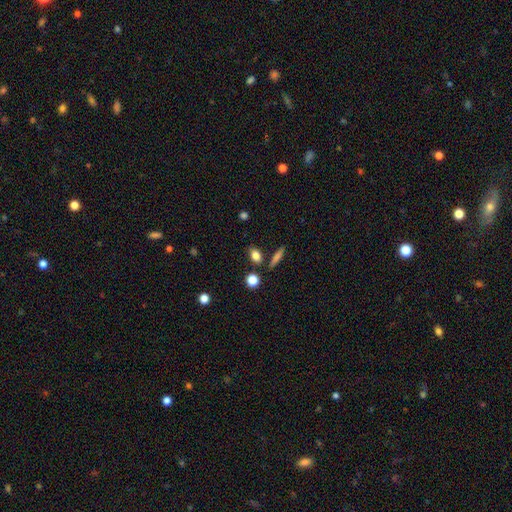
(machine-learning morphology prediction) Q: Smooth or featured?
A: smooth (82%); runner-up: star or artifact (10%)
Q: How rounded?
A: in between (65%); runner-up: round (26%)
Q: Merging?
A: none (77%); runner-up: minor disturbance (11%)